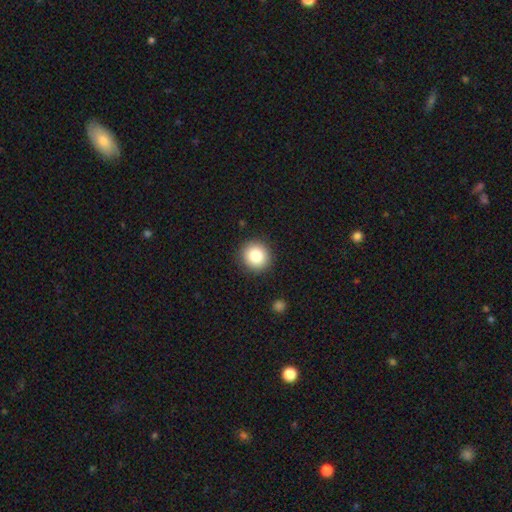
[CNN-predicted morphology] type=smooth (83%); roundness=round (91%); merging=none (91%).